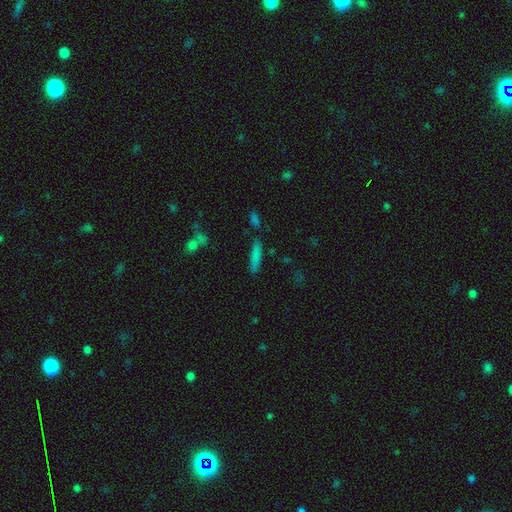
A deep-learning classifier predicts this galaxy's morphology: The model was most divided on "smooth or featured": smooth: 77%, featured or disk: 13%, star or artifact: 10%. More confident: how rounded — cigar-shaped (81%); merging — none (79%).